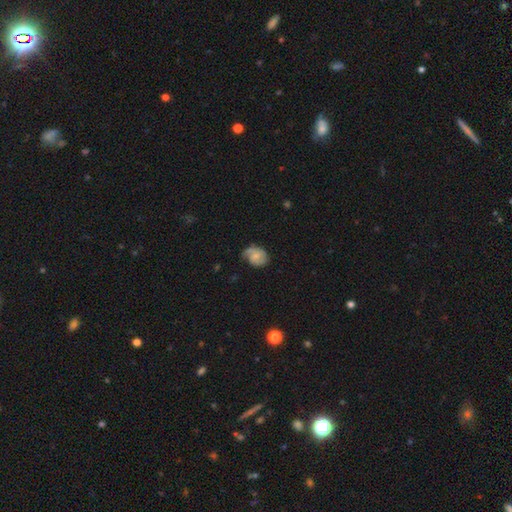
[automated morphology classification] A featured or disk galaxy (59%) with no bar (58%), 2 (45%) medium (39%) spiral arms (88%) and a small central bulge (56%). Merging: none (52%).